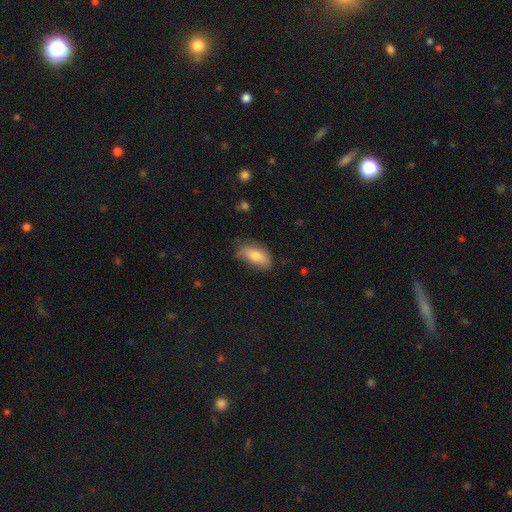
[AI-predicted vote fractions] This is likely a smooth galaxy (74%). How rounded: clearly in between (85%). Merging: likely none (65%).